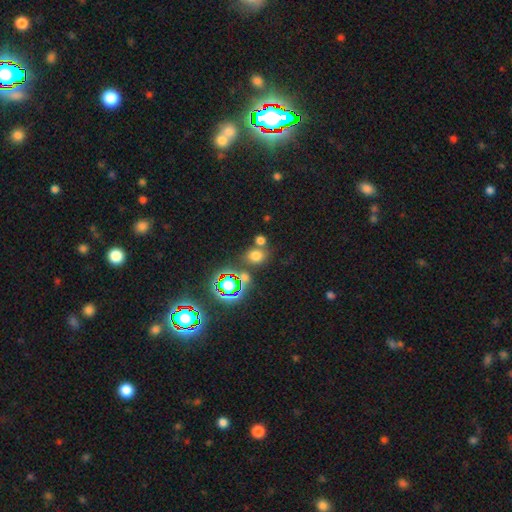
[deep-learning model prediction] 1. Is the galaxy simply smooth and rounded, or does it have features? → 65% smooth, 27% star or artifact, 8% featured or disk.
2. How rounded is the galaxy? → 65% round, 34% in between, 1% cigar-shaped.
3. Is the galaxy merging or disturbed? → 64% none, 21% merger, 10% minor disturbance, 4% major disturbance.